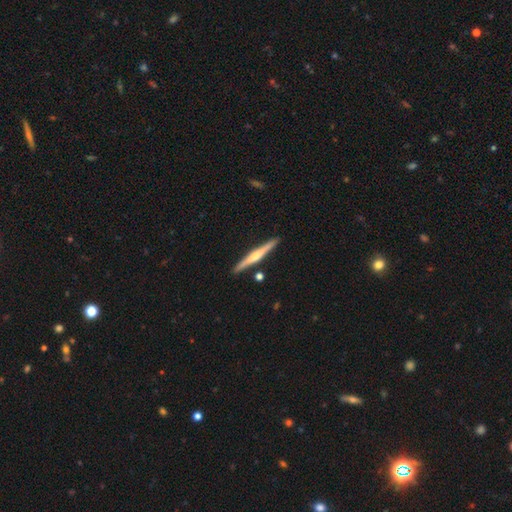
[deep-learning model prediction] Smooth or featured? featured or disk (65%)
Edge-on disk? yes (98%)
Edge-on bulge? rounded (76%)
Merging? none (88%)